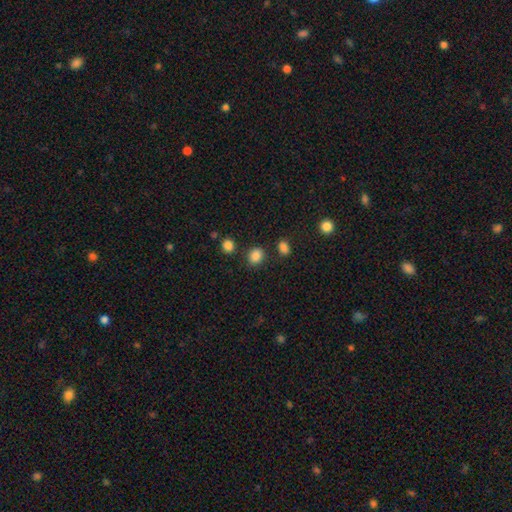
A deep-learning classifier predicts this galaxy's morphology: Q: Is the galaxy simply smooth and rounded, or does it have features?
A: smooth — 86%.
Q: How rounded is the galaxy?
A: round — 69%.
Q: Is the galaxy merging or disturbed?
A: none — 83%.